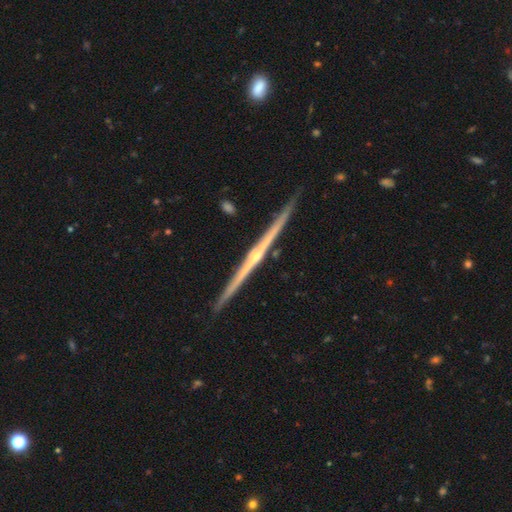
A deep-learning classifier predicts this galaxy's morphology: Q: Smooth or featured?
A: featured or disk (86%); runner-up: smooth (9%)
Q: Edge-on disk?
A: yes (99%); runner-up: no (1%)
Q: Edge-on bulge?
A: rounded (71%); runner-up: none (24%)
Q: Merging?
A: none (92%); runner-up: minor disturbance (6%)